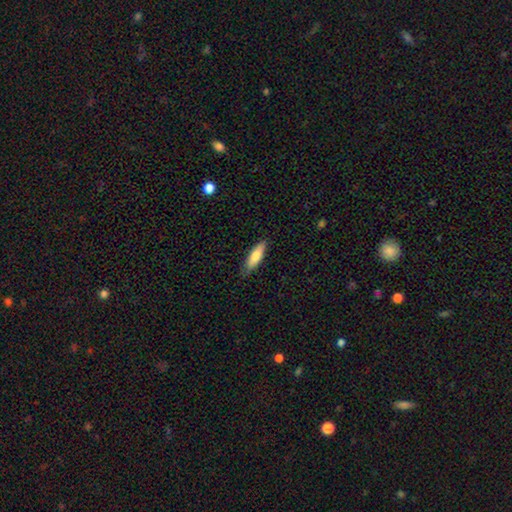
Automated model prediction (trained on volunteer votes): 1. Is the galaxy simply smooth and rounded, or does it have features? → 79% smooth, 15% featured or disk, 6% star or artifact.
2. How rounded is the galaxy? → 52% cigar-shaped, 46% in between, 2% round.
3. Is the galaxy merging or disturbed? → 81% none, 15% minor disturbance, 2% major disturbance, 1% merger.